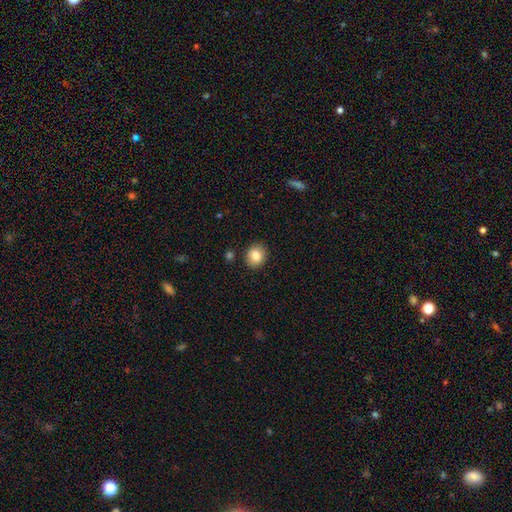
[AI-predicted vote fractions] smooth-or-featured: smooth: 82% | star or artifact: 9% | featured or disk: 8%
  how-rounded: round: 74% | in between: 25% | cigar-shaped: 1%
  merging: none: 89% | minor disturbance: 7% | merger: 2% | major disturbance: 2%